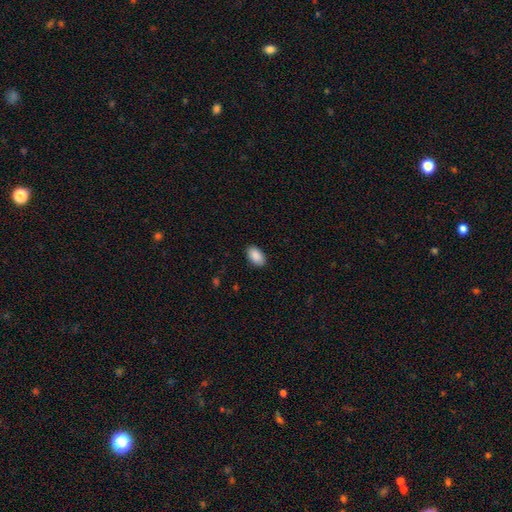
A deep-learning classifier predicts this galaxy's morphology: Smooth or featured? smooth (91%)
How rounded? in between (94%)
Merging? none (89%)